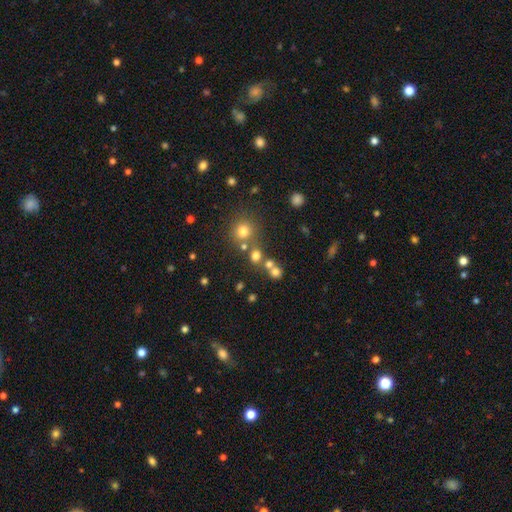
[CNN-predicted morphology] smooth-or-featured: smooth: 68% | star or artifact: 21% | featured or disk: 11%
  how-rounded: round: 83% | in between: 16% | cigar-shaped: 1%
  merging: none: 58% | merger: 29% | minor disturbance: 8% | major disturbance: 5%